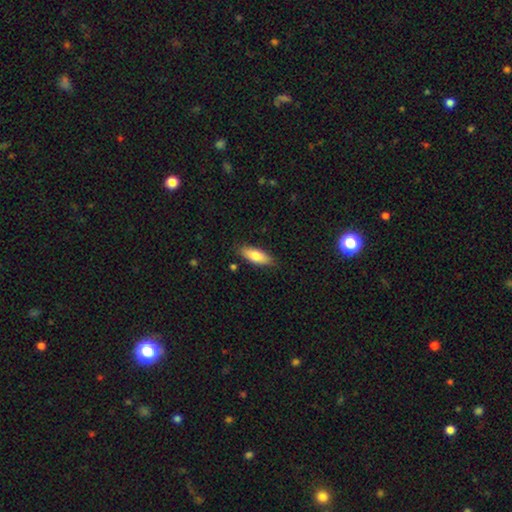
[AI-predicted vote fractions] Morphology: type=smooth (79%); roundness=in between (69%); merging=none (85%).